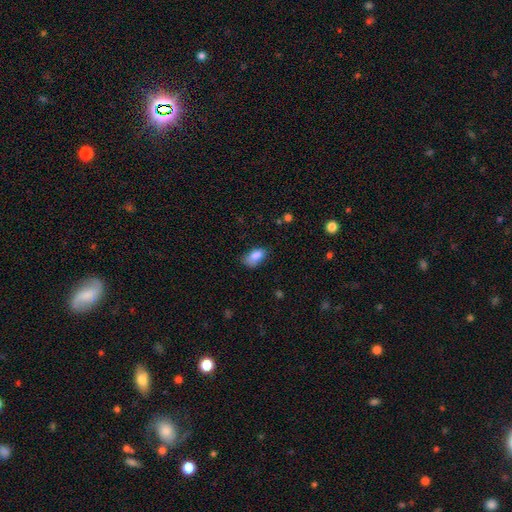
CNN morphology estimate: Smooth or featured?
  - smooth: 82% *
  - star or artifact: 9%
  - featured or disk: 9%
How rounded?
  - in between: 90% *
  - round: 6%
  - cigar-shaped: 4%
Merging?
  - none: 51% *
  - minor disturbance: 33%
  - major disturbance: 11%
  - merger: 5%